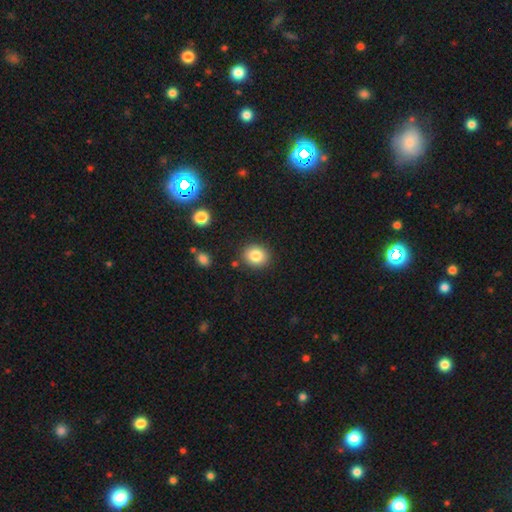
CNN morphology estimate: Overall: smooth (83%). How rounded: round (72%). Merging: none (87%).